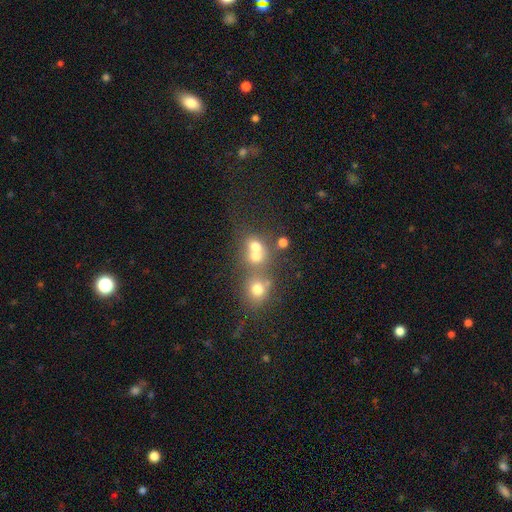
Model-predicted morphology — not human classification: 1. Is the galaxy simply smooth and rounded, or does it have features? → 66% smooth, 18% star or artifact, 16% featured or disk.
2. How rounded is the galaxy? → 74% round, 24% in between, 1% cigar-shaped.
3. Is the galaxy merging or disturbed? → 52% merger, 36% none, 7% minor disturbance, 4% major disturbance.